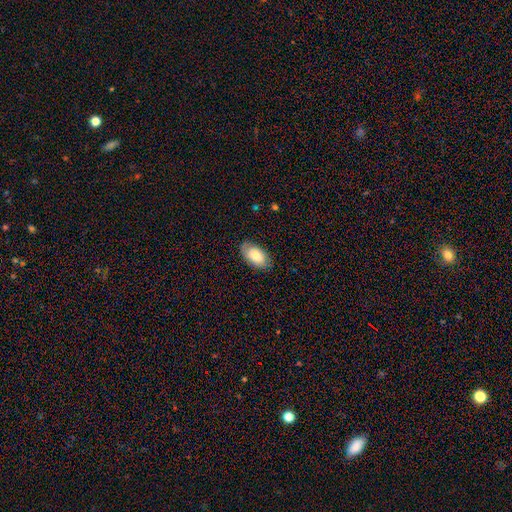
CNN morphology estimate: This appears to be a smooth galaxy with no disk features (74%) that is in between round and cigar-shaped (94%). Merging: none (78%).